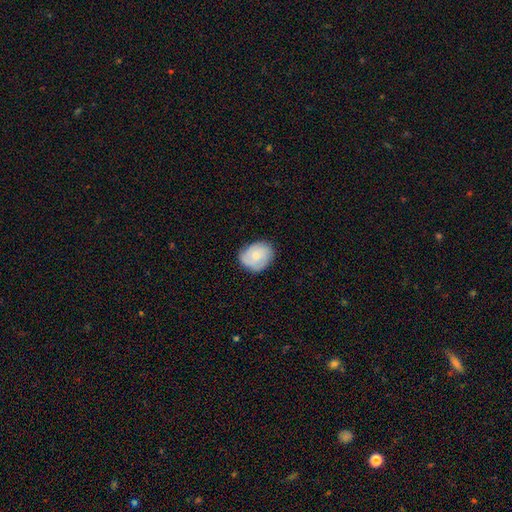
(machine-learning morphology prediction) Smooth or featured? Predicted: smooth (p=0.68). How rounded? Predicted: round (p=0.54). Merging? Predicted: none (p=0.76).